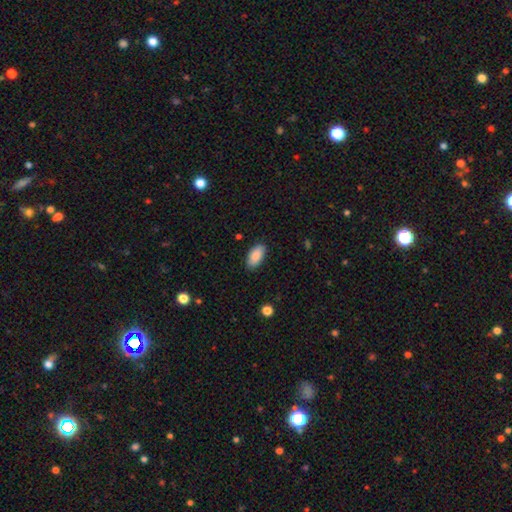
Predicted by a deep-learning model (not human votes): The model was most divided on "merging": none: 87%, minor disturbance: 10%, major disturbance: 2%, merger: 1%. More confident: how rounded — in between (92%); smooth or featured — smooth (86%).